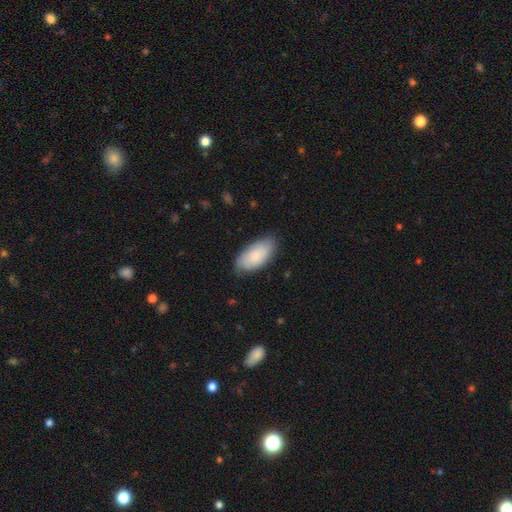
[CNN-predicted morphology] Overall: smooth (82%). How rounded: in between (93%). Merging: none (78%).